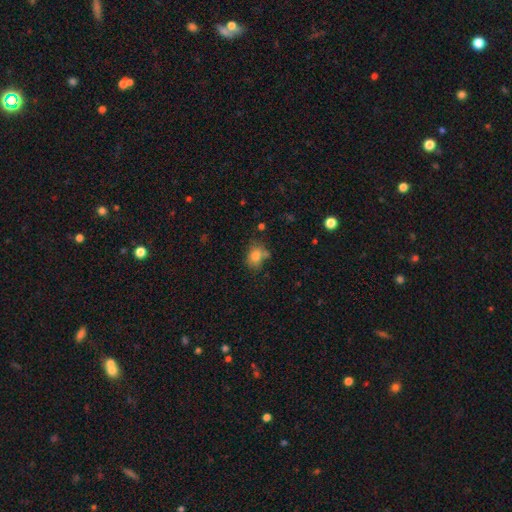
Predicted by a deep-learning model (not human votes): Smooth or featured? Predicted: smooth (p=0.79). How rounded? Predicted: in between (p=0.54). Merging? Predicted: none (p=0.56).